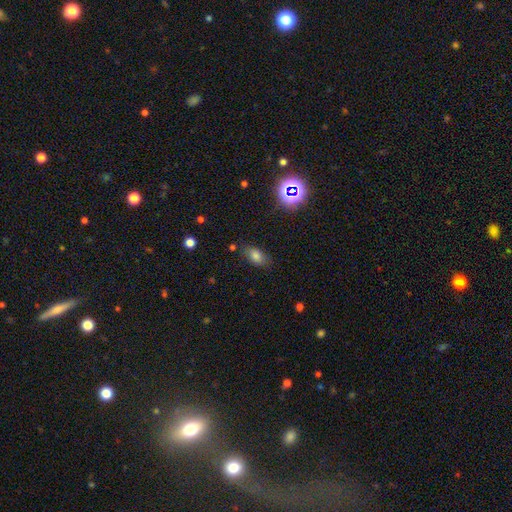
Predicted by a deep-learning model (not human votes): Overall: smooth (76%). How rounded: in between (88%). Merging: none (77%).